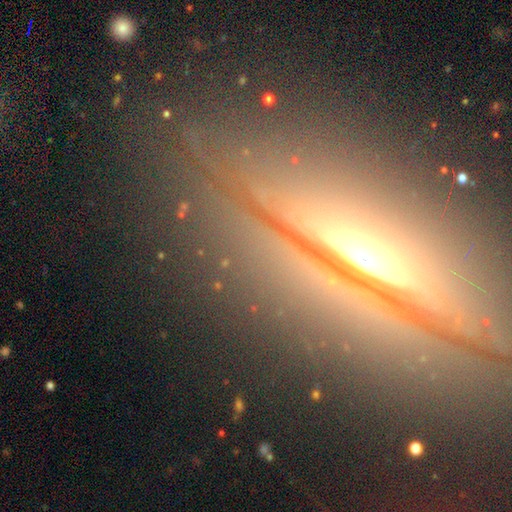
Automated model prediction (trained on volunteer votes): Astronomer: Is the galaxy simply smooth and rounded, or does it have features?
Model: featured or disk — 67%.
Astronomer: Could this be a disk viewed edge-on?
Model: yes — 85%.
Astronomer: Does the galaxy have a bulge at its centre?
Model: rounded — 86%.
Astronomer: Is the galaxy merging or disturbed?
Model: none — 83%.